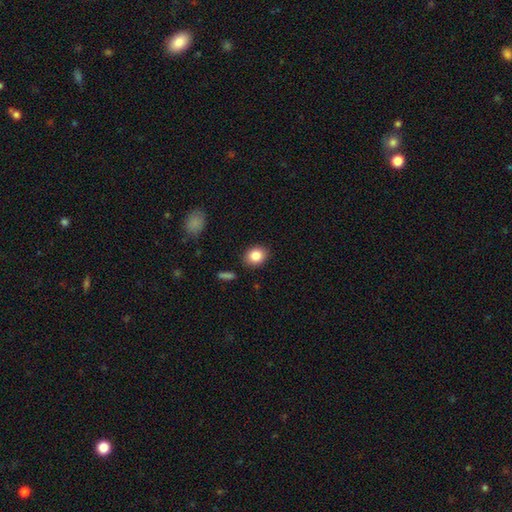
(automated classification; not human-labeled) The model was most divided on "how rounded": round: 57%, in between: 42%, cigar-shaped: 1%. More confident: merging — none (87%); smooth or featured — smooth (85%).